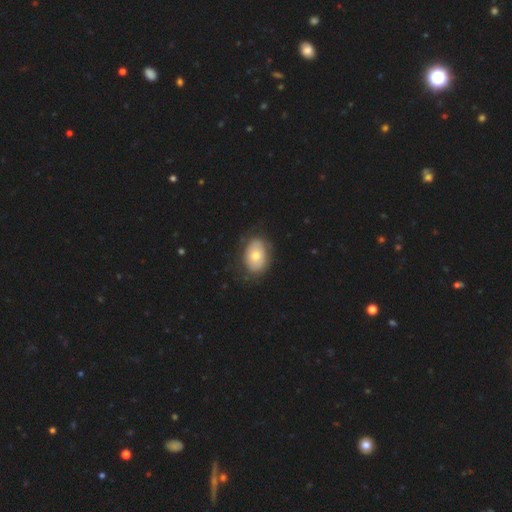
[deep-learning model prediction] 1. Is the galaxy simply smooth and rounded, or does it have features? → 61% smooth, 33% featured or disk, 6% star or artifact.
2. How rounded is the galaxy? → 79% in between, 20% round, 1% cigar-shaped.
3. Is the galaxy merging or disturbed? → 75% none, 17% minor disturbance, 6% major disturbance, 1% merger.